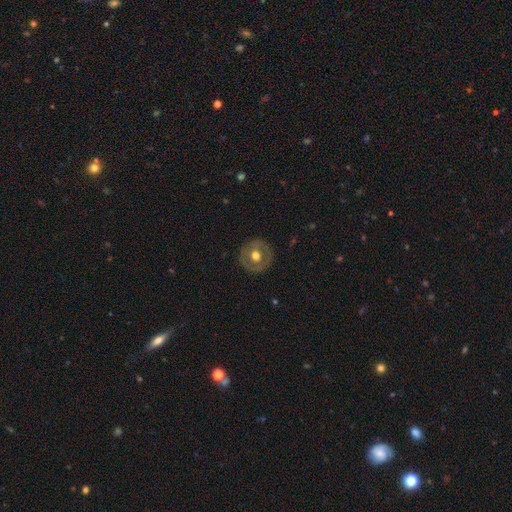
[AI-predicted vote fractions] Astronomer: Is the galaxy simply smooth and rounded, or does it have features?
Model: smooth — 47% (runner-up: featured or disk, 46%).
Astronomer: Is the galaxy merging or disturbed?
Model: none — 87%.